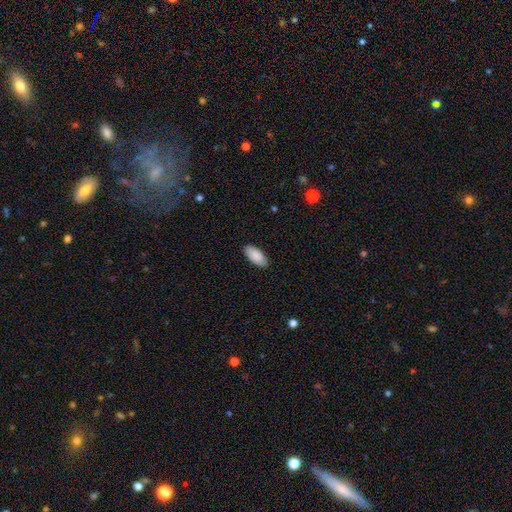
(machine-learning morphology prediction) This is clearly a smooth galaxy (90%). How rounded: clearly in between (89%). Merging: clearly none (88%).